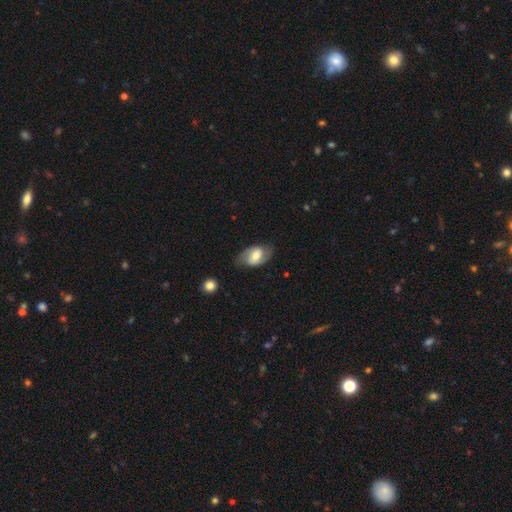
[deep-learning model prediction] smooth-or-featured: featured or disk: 52% | smooth: 41% | star or artifact: 7%
  disk-edge-on: no: 94% | yes: 6%
  merging: none: 72% | minor disturbance: 19% | major disturbance: 7% | merger: 2%